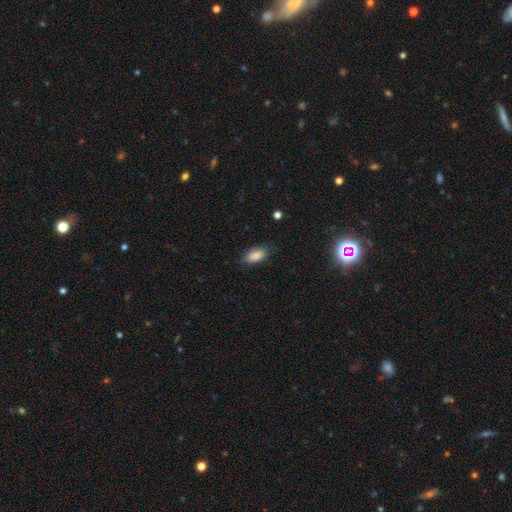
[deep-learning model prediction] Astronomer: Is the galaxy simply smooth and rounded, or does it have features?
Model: smooth — 87%.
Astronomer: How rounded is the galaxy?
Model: in between — 90%.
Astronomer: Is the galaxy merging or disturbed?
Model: none — 79%.